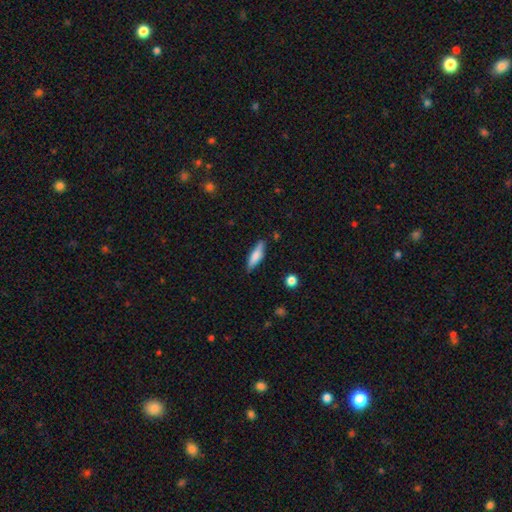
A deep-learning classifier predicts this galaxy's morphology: Q: Smooth or featured?
A: smooth (72%); runner-up: featured or disk (21%)
Q: How rounded?
A: cigar-shaped (58%); runner-up: in between (40%)
Q: Merging?
A: none (81%); runner-up: minor disturbance (14%)